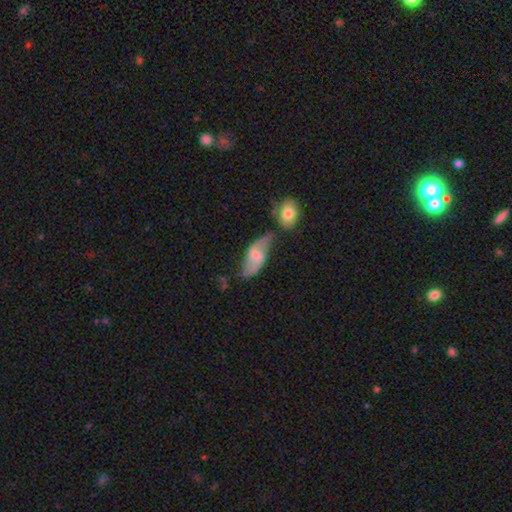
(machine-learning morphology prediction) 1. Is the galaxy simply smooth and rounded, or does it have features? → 70% featured or disk, 23% smooth, 7% star or artifact.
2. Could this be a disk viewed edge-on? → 92% no, 8% yes.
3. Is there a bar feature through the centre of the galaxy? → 50% weak, 29% no, 21% strong.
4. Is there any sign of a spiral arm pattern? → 87% yes, 13% no.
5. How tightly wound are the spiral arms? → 74% loose, 20% medium, 6% tight.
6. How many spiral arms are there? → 89% 2, 6% can't tell, 2% 1, 1% 3, 1% 4, 1% more than 4.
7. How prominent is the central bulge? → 49% small, 27% moderate, 20% none, 3% large, 1% dominant.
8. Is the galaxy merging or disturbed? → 51% none, 23% minor disturbance, 15% merger, 11% major disturbance.